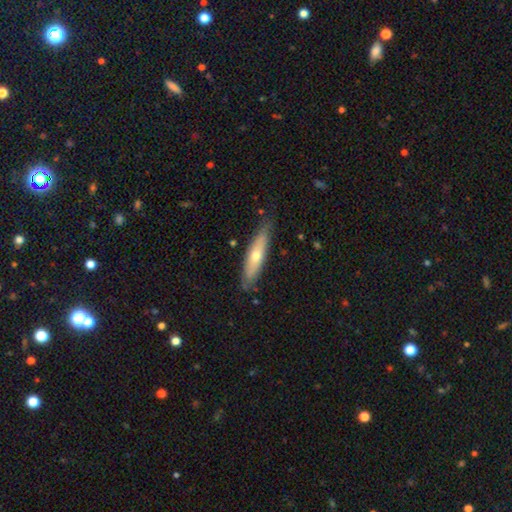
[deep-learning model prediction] This is possibly a smooth galaxy (52%). How rounded: likely cigar-shaped (71%). Merging: likely none (79%).